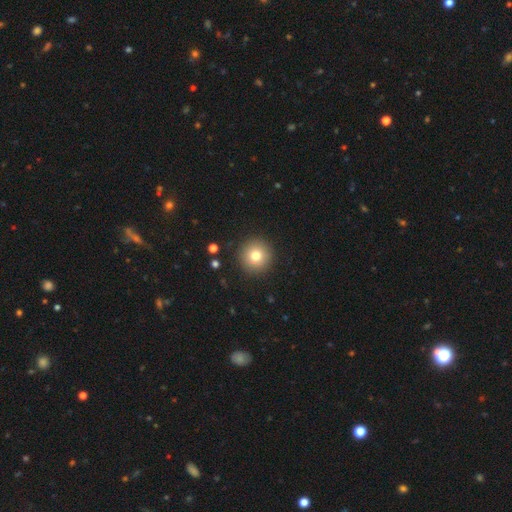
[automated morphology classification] A smooth galaxy with no disk features (77%) that is round (96%).

Vote fractions:
- Smooth or featured? smooth: 77% / star or artifact: 11% / featured or disk: 11%
- How rounded? round: 96% / in between: 3% / cigar-shaped: 1%
- Merging? none: 92% / minor disturbance: 5% / major disturbance: 2% / merger: 1%